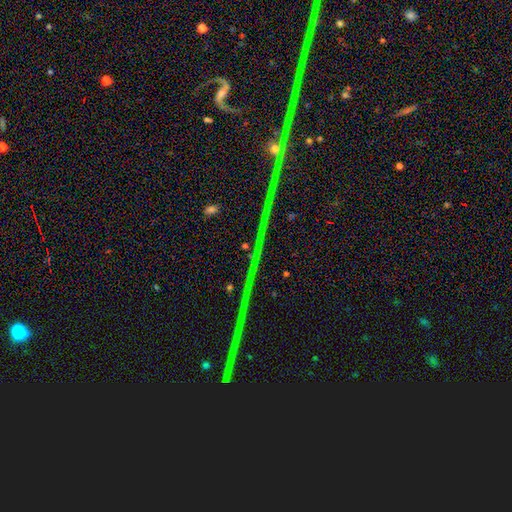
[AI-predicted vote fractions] Q: Smooth or featured?
A: star or artifact (89%); runner-up: featured or disk (6%)